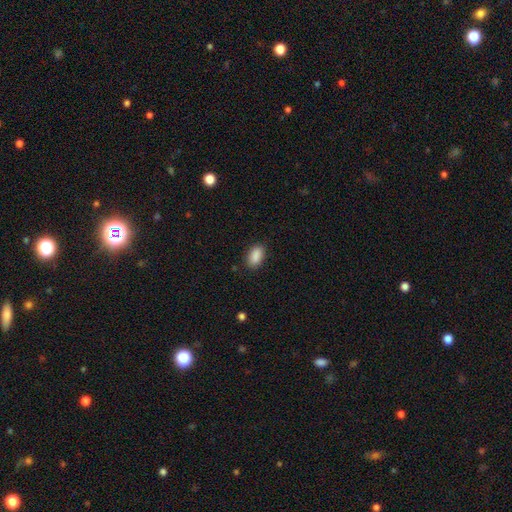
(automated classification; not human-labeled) Smooth or featured: smooth — 89% (star or artifact — 8%)
How rounded: in between — 92% (round — 5%)
Merging: none — 87% (minor disturbance — 10%)